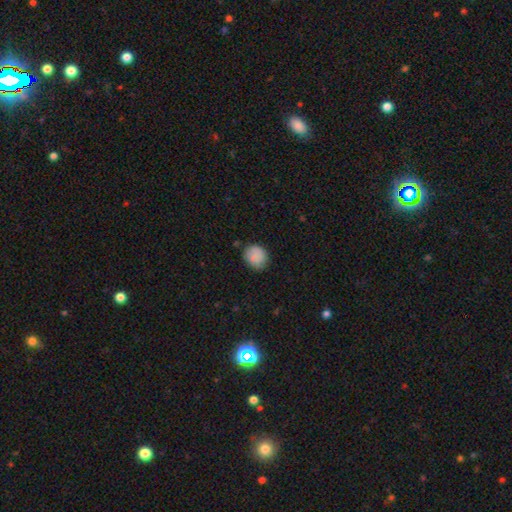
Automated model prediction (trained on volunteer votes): Smooth or featured?
  - smooth: 85% *
  - star or artifact: 8%
  - featured or disk: 6%
How rounded?
  - round: 74% *
  - in between: 25%
  - cigar-shaped: 1%
Merging?
  - none: 79% *
  - minor disturbance: 16%
  - major disturbance: 3%
  - merger: 2%